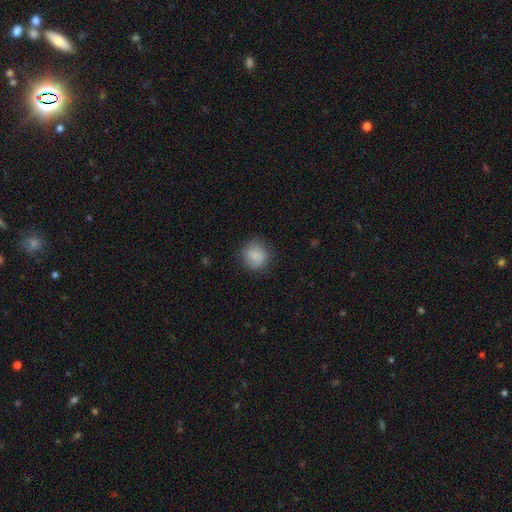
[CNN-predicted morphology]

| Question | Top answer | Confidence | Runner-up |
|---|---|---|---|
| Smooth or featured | smooth | 75% | featured or disk (17%) |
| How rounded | round | 89% | in between (10%) |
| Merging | none | 77% | minor disturbance (16%) |